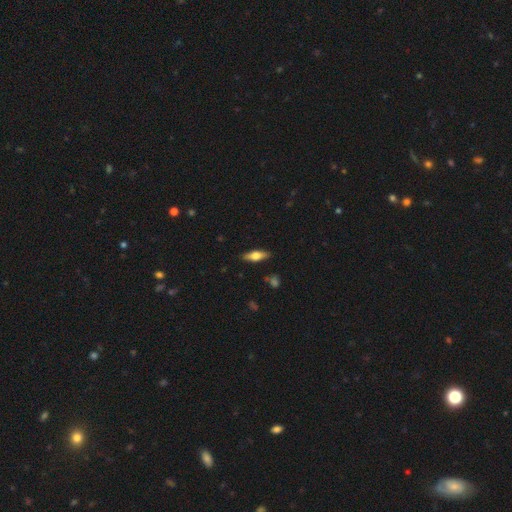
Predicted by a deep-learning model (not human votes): Q: Smooth or featured?
A: smooth (54%); runner-up: featured or disk (40%)
Q: How rounded?
A: in between (60%); runner-up: cigar-shaped (37%)
Q: Merging?
A: none (86%); runner-up: minor disturbance (10%)